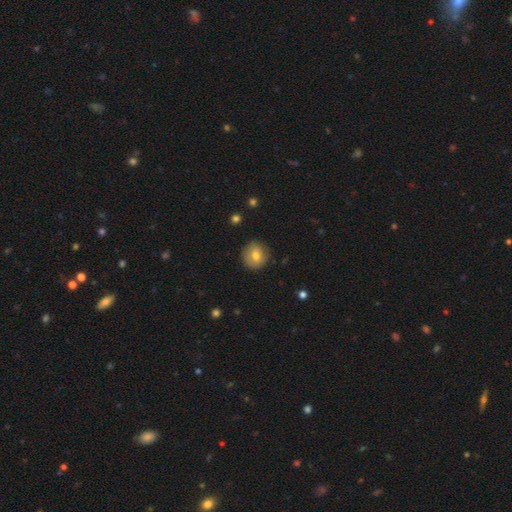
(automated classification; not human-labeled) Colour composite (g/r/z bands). It shows a smooth galaxy with no disk features (74%) that is round (88%). Merging: none (85%).